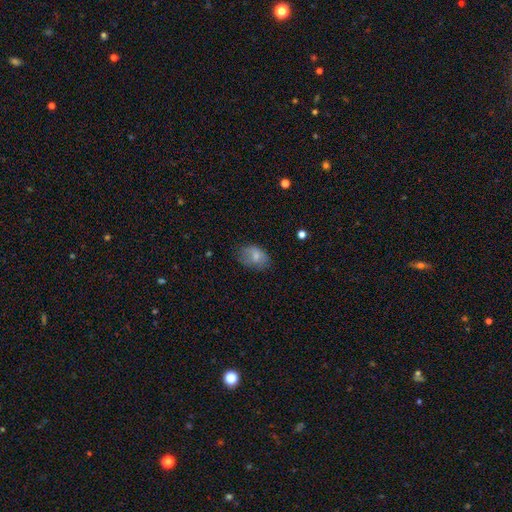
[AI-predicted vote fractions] A smooth galaxy with no disk features (72%) that is in between round and cigar-shaped (83%). Merging: none (58%).